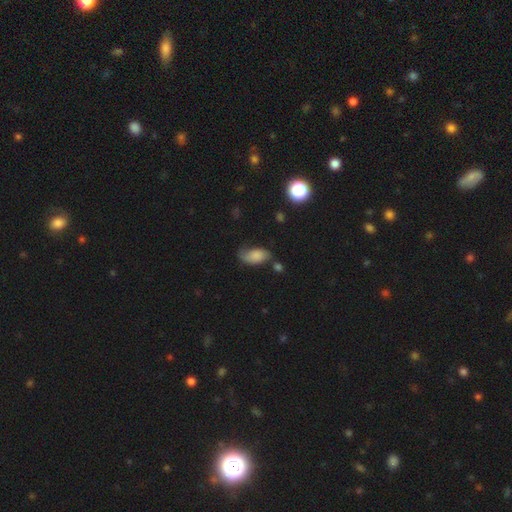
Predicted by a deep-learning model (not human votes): A smooth galaxy with no disk features (69%) that is in between round and cigar-shaped (92%).

Vote fractions:
- Smooth or featured? smooth: 69% / featured or disk: 22% / star or artifact: 9%
- How rounded? in between: 92% / round: 5% / cigar-shaped: 3%
- Merging? none: 44% / minor disturbance: 33% / major disturbance: 16% / merger: 6%